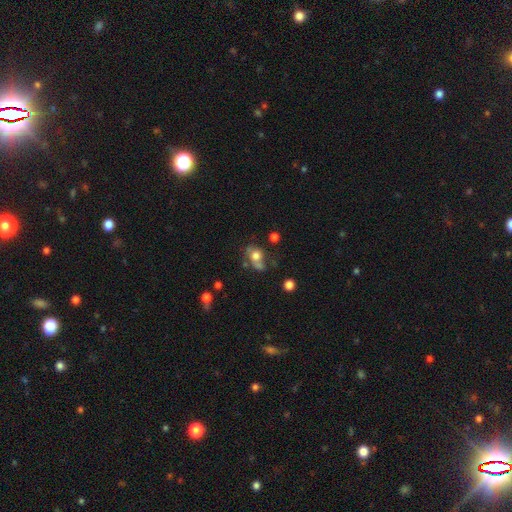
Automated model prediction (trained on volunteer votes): Smooth or featured? smooth (65%)
How rounded? round (50%)
Merging? none (38%)